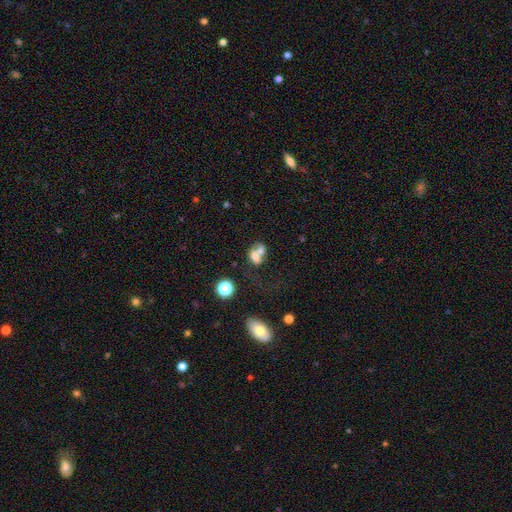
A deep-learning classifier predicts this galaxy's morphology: This appears to be a smooth galaxy with no disk features (61%) that is in between round and cigar-shaped (64%). Merging: merger (66%).